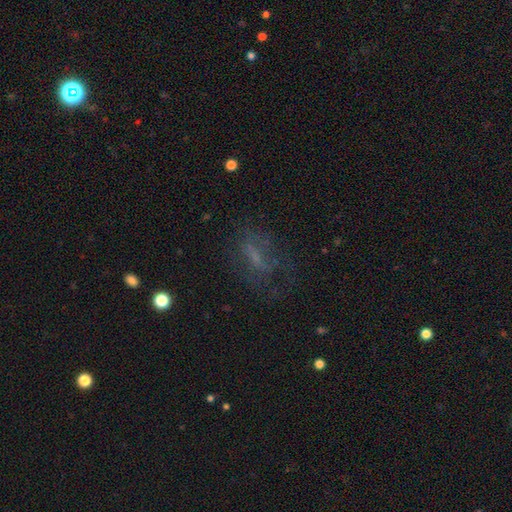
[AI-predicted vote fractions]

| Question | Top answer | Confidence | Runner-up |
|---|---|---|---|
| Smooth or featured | smooth | 40% | featured or disk (36%) |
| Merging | none | 54% | major disturbance (25%) |